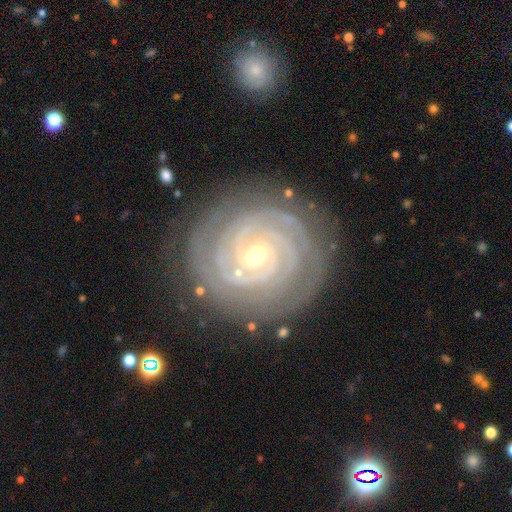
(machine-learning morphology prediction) featured or disk 92%, star or artifact 5%, smooth 3%. Down the decision tree: edge-on disk — no (98%); bar — no (46%); spiral arms — yes (99%); spiral arm count — 2 (35%); spiral winding — tight (90%); bulge size — small (66%); merging — none (83%).